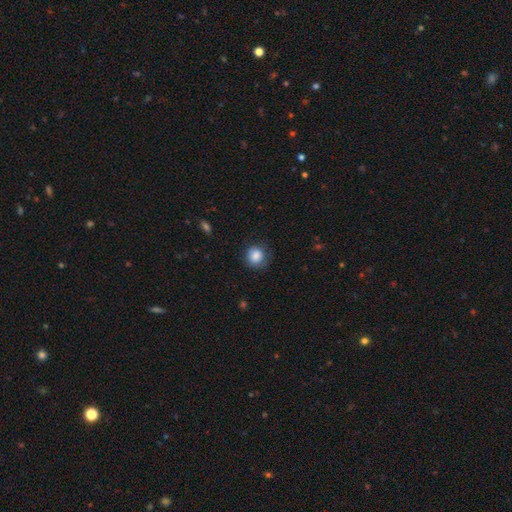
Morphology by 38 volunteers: This is clearly a smooth galaxy (92%). How rounded: clearly round (91%). Merging: likely none (66%).